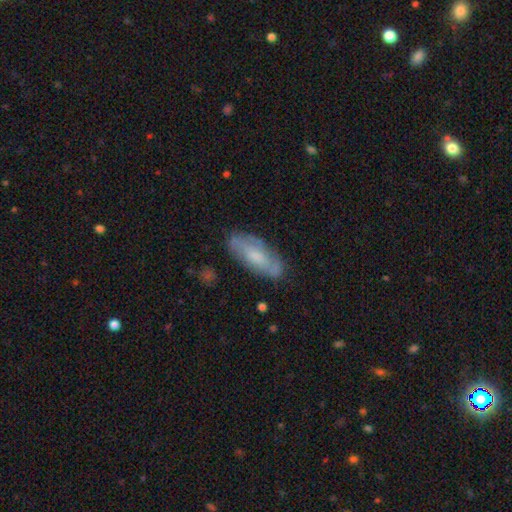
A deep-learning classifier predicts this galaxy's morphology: Q: Smooth or featured?
A: featured or disk (47%); runner-up: smooth (46%)
Q: Merging?
A: none (76%); runner-up: minor disturbance (18%)